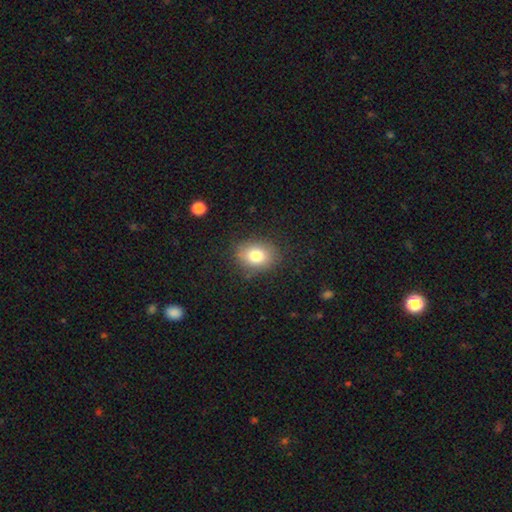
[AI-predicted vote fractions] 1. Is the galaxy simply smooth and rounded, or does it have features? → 79% smooth, 10% star or artifact, 10% featured or disk.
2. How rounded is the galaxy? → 59% in between, 40% round, 1% cigar-shaped.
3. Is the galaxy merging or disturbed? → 83% none, 12% minor disturbance, 4% major disturbance, 1% merger.